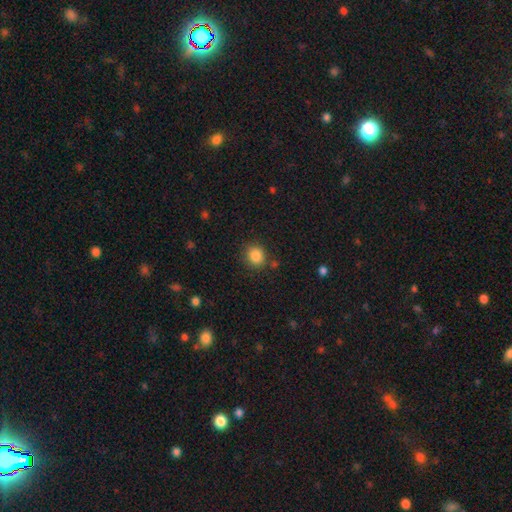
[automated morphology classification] Smooth or featured?
  - smooth: 85% *
  - star or artifact: 10%
  - featured or disk: 4%
How rounded?
  - round: 81% *
  - in between: 18%
  - cigar-shaped: 1%
Merging?
  - none: 83% *
  - minor disturbance: 10%
  - merger: 4%
  - major disturbance: 3%